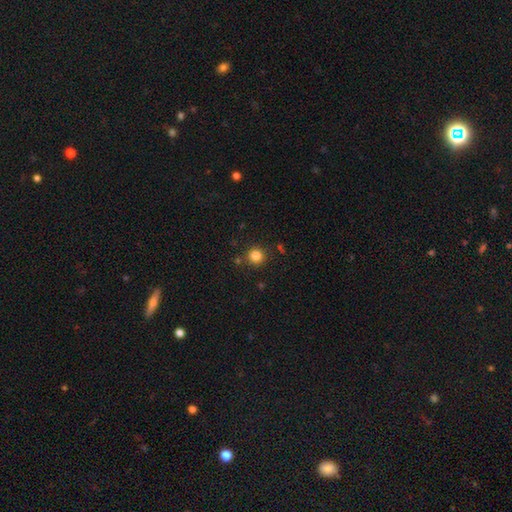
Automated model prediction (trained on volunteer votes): smooth_or_featured: smooth (p=0.83) [alt: star or artifact p=0.12]
how_rounded: round (p=0.93) [alt: in between p=0.06]
merging: none (p=0.86) [alt: minor disturbance p=0.07]